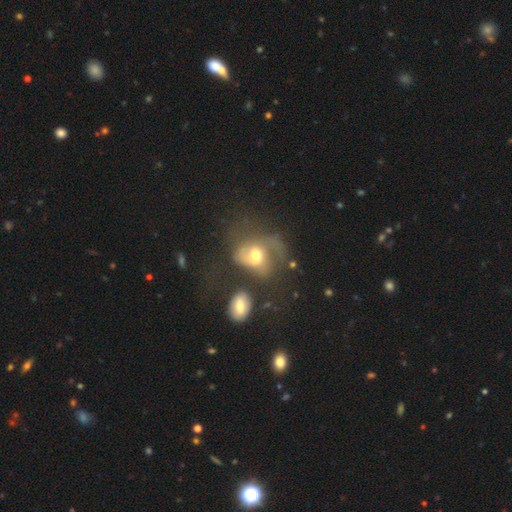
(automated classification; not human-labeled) Smooth or featured?
  - featured or disk: 58% *
  - smooth: 33%
  - star or artifact: 9%
Edge-on disk?
  - no: 97% *
  - yes: 3%
Bar?
  - no: 62% *
  - weak: 31%
  - strong: 7%
Spiral arms?
  - yes: 72% *
  - no: 28%
Bulge size?
  - moderate: 68% *
  - large: 18%
  - small: 10%
  - dominant: 2%
  - none: 2%
Merging?
  - major disturbance: 38% *
  - none: 29%
  - minor disturbance: 18%
  - merger: 15%